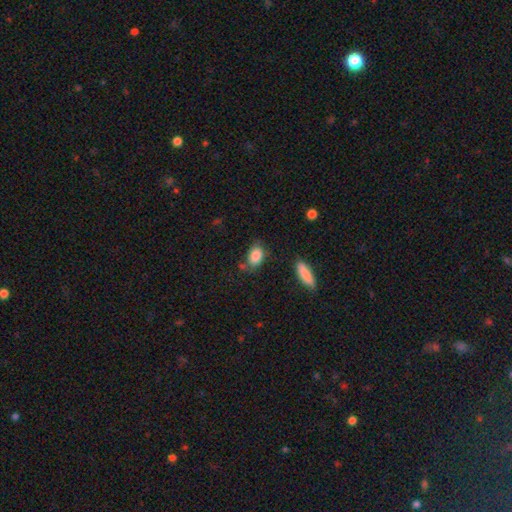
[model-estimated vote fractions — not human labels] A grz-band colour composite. It shows a smooth galaxy with no disk features (85%) that is in between round and cigar-shaped (87%). Merging: none (70%).